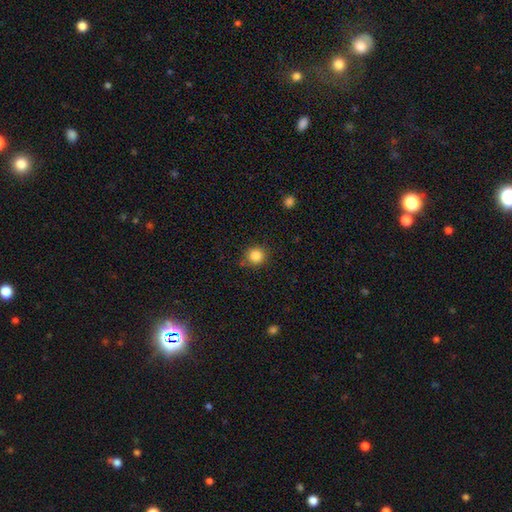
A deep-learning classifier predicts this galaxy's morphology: smooth-or-featured: smooth: 85% | star or artifact: 11% | featured or disk: 4%
  how-rounded: round: 92% | in between: 7% | cigar-shaped: 1%
  merging: none: 83% | minor disturbance: 10% | merger: 3% | major disturbance: 3%